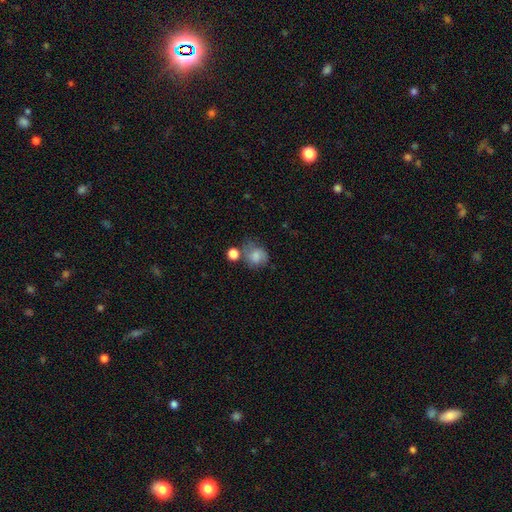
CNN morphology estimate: This is likely a smooth galaxy (71%). How rounded: likely round (67%). Merging: possibly none (49%).